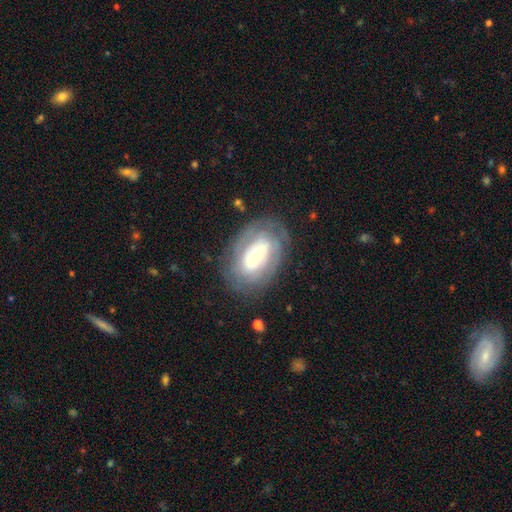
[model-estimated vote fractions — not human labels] A featured or disk galaxy (70%) with no bar (43%), tight (68%) spiral arms (76%) and a small central bulge (49%).

Vote fractions:
- Smooth or featured? featured or disk: 70% / smooth: 23% / star or artifact: 7%
- Edge-on disk? no: 95% / yes: 5%
- Bar? no: 43% / weak: 34% / strong: 22%
- Spiral arms? yes: 76% / no: 24%
- Spiral winding? tight: 68% / medium: 24% / loose: 8%
- Spiral arm count? can't tell: 49% / 2: 30% / 3: 9% / 1: 5% / 4: 5% / more than 4: 3%
- Bulge size? small: 49% / moderate: 37% / large: 10% / dominant: 2% / none: 2%
- Merging? none: 76% / minor disturbance: 15% / major disturbance: 7% / merger: 1%